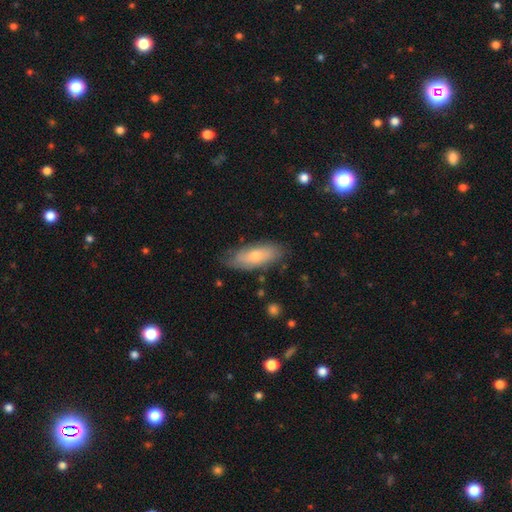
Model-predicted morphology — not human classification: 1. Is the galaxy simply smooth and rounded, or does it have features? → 63% smooth, 31% featured or disk, 7% star or artifact.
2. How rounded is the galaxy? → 71% in between, 26% cigar-shaped, 2% round.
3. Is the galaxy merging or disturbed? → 78% none, 18% minor disturbance, 3% major disturbance, 2% merger.